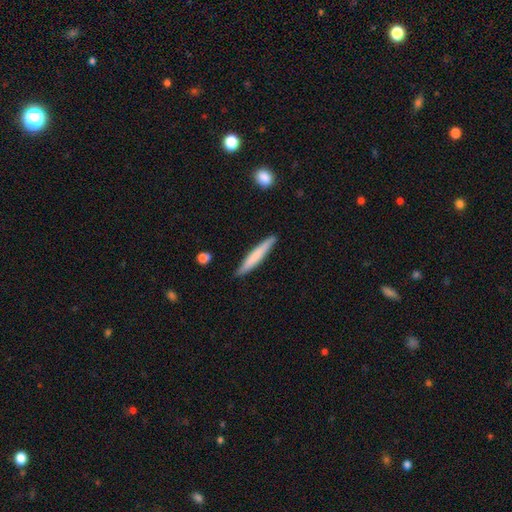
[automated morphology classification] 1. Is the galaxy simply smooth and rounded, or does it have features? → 70% smooth, 25% featured or disk, 5% star or artifact.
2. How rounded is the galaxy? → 95% cigar-shaped, 4% in between, 1% round.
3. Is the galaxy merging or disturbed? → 87% none, 10% minor disturbance, 2% major disturbance, 2% merger.